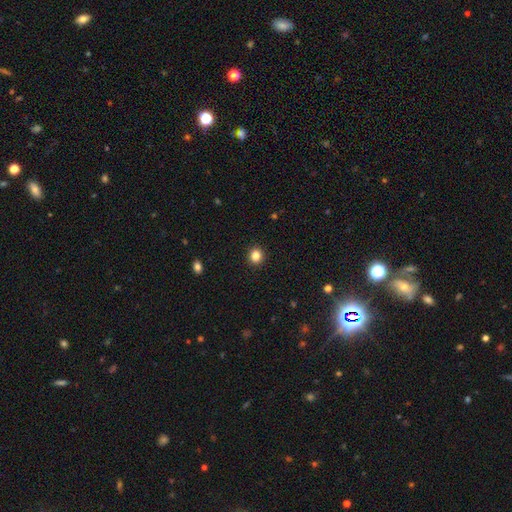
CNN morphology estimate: Smooth or featured? Predicted: smooth (p=0.83). How rounded? Predicted: round (p=0.87). Merging? Predicted: none (p=0.93).